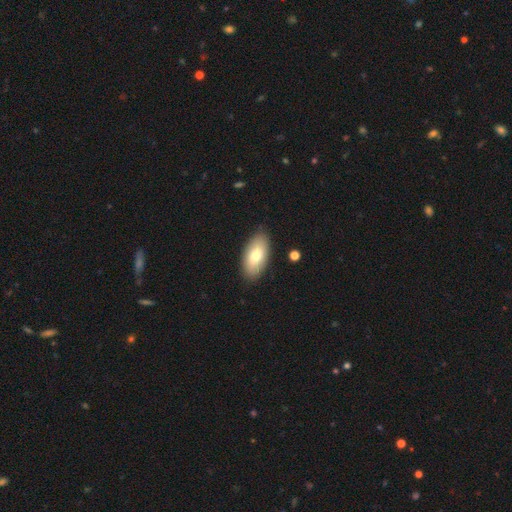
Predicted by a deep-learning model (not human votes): Smooth or featured? Predicted: smooth (p=0.76). How rounded? Predicted: in between (p=0.93). Merging? Predicted: none (p=0.87).